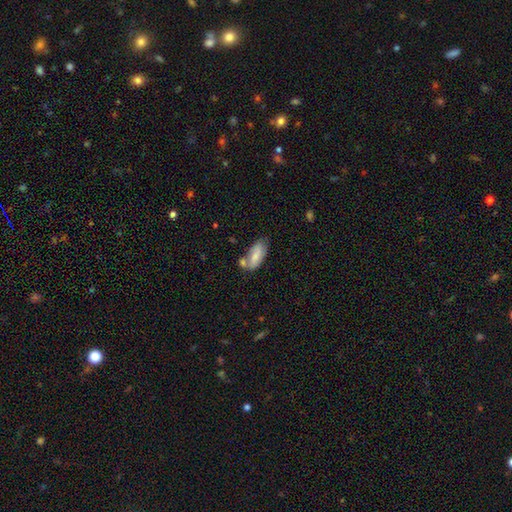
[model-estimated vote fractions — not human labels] smooth-or-featured: smooth: 75% | featured or disk: 18% | star or artifact: 7%
  how-rounded: in between: 84% | cigar-shaped: 13% | round: 2%
  merging: none: 49% | minor disturbance: 23% | merger: 21% | major disturbance: 6%